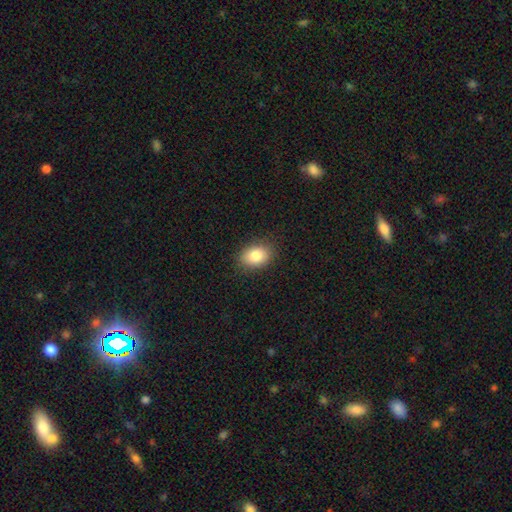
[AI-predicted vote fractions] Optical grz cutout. It shows a smooth galaxy with no disk features (84%) that is in between round and cigar-shaped (74%). Merging: none (87%).